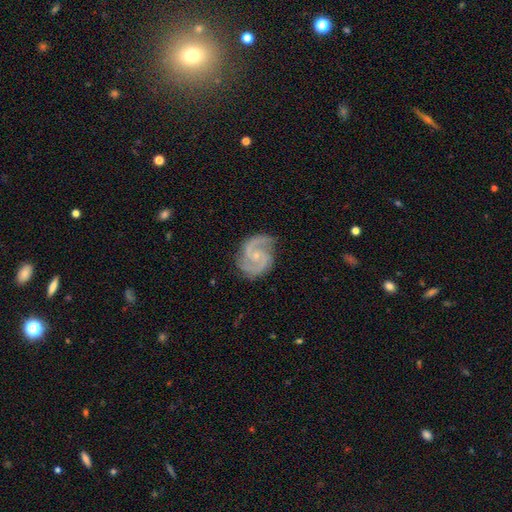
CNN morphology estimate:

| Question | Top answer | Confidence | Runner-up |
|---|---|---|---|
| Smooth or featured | featured or disk | 92% | star or artifact (4%) |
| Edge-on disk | no | 98% | yes (2%) |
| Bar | no | 62% | weak (31%) |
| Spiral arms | yes | 98% | no (2%) |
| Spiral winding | medium | 59% | tight (29%) |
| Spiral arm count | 2 | 88% | 3 (6%) |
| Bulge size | small | 74% | moderate (20%) |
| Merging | none | 78% | minor disturbance (16%) |